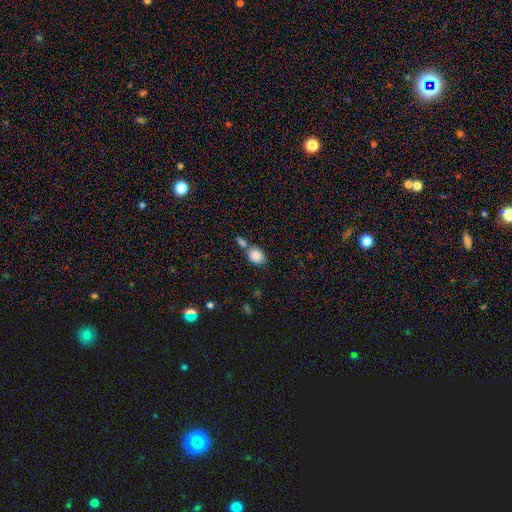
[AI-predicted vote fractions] smooth_or_featured: smooth (p=0.86) [alt: star or artifact p=0.08]
how_rounded: in between (p=0.51) [alt: round p=0.48]
merging: none (p=0.46) [alt: merger p=0.36]